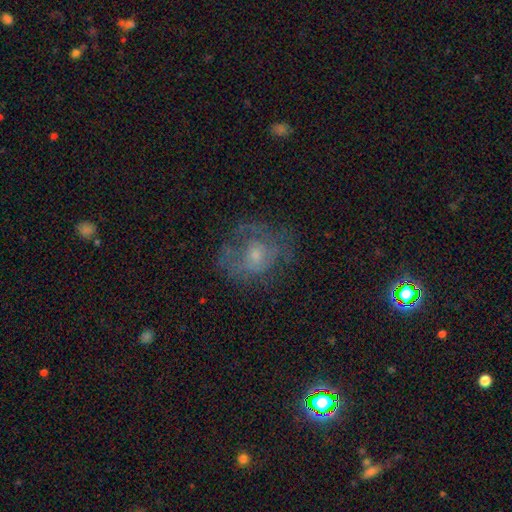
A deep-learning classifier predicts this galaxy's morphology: This is possibly a featured or disk galaxy (52%). It is clearly not viewed edge-on (97%). Bar: clearly no (81%). Spiral arm pattern: possibly no (55%). Central bulge: possibly small (51%). Merging: possibly none (56%).